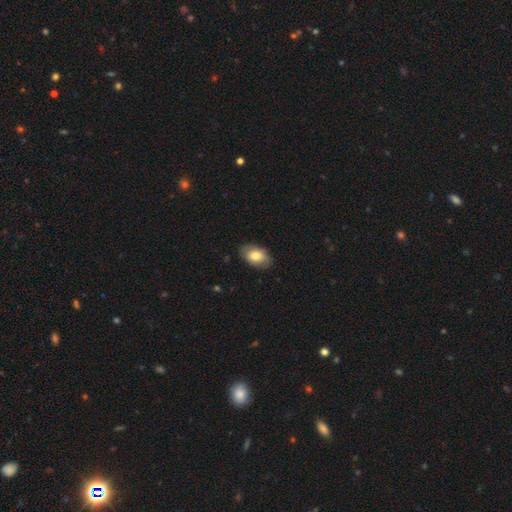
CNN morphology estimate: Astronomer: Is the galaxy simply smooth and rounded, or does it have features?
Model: smooth — 75%.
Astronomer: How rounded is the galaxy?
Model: in between — 90%.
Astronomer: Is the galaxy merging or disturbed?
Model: none — 81%.